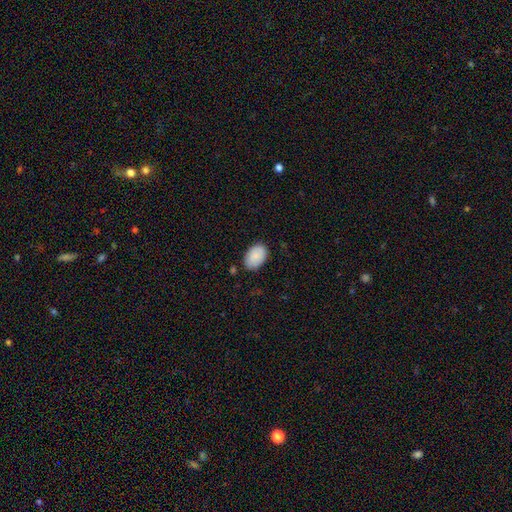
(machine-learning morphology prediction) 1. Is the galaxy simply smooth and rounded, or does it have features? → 87% smooth, 6% featured or disk, 6% star or artifact.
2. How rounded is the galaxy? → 89% in between, 9% round, 1% cigar-shaped.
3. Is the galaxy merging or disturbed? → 80% none, 15% minor disturbance, 3% major disturbance, 2% merger.